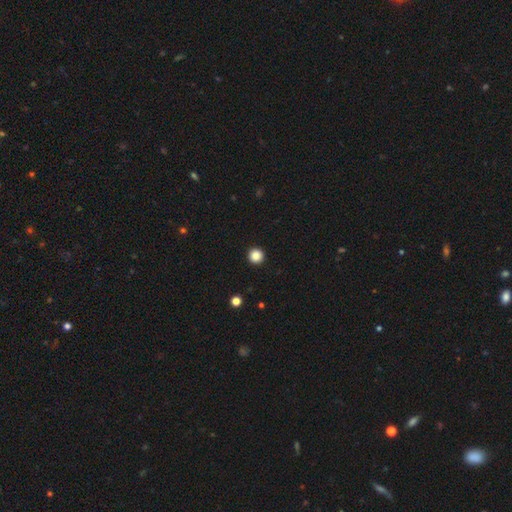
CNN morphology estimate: smooth 87%, star or artifact 10%, featured or disk 2%. Down the decision tree: how rounded — round (96%); merging — none (94%).